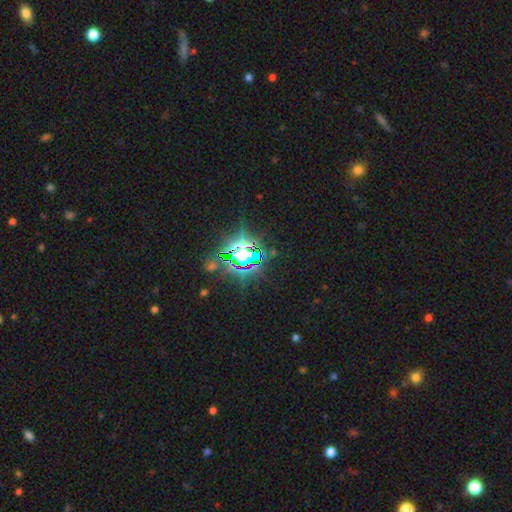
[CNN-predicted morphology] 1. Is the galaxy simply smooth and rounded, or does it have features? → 82% star or artifact, 10% smooth, 8% featured or disk.